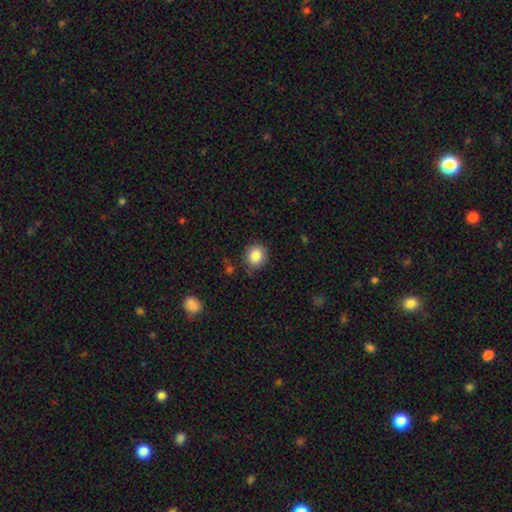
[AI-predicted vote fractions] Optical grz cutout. It shows a smooth galaxy with no disk features (86%) that is round (83%). Merging: none (84%).